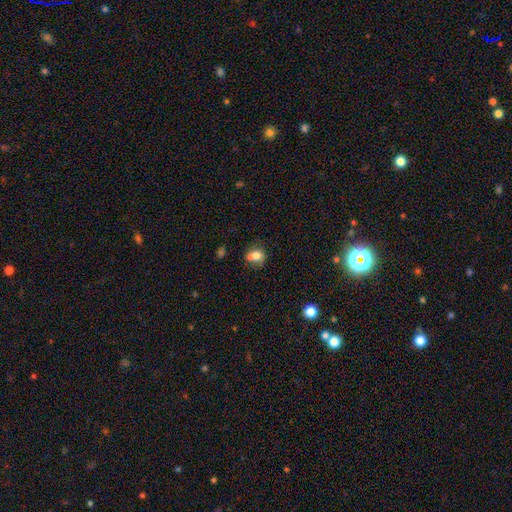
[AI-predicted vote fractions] Smooth or featured? Predicted: smooth (p=0.75). How rounded? Predicted: round (p=0.64). Merging? Predicted: none (p=0.43).